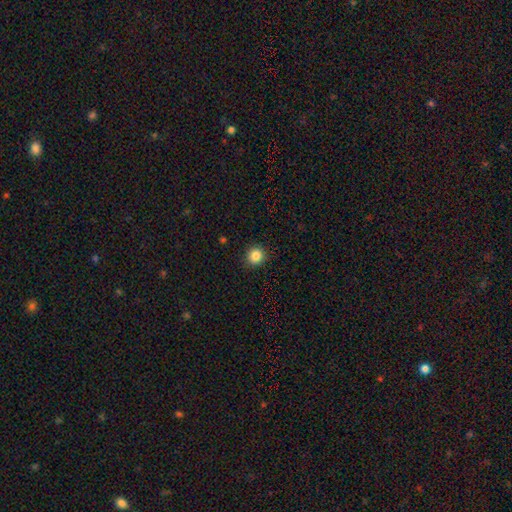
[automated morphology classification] The model was most divided on "smooth or featured": smooth: 85%, star or artifact: 11%, featured or disk: 4%. More confident: merging — none (92%); how rounded — round (90%).